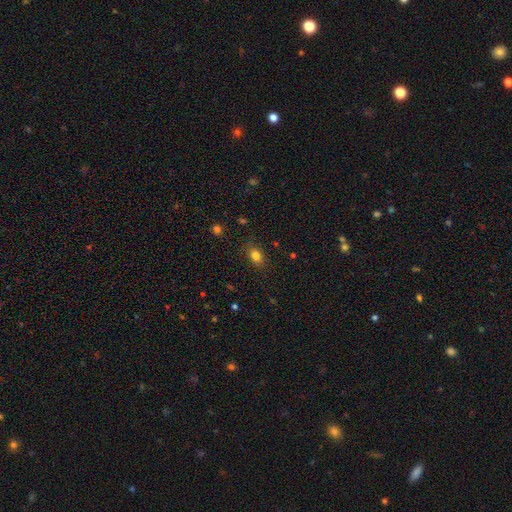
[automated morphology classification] type=smooth (81%); roundness=in between (68%); merging=none (82%).